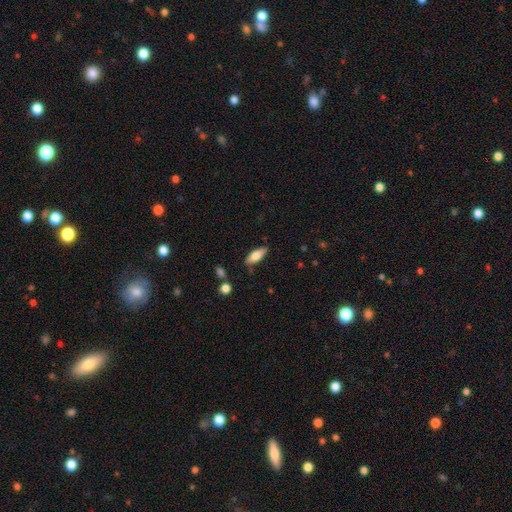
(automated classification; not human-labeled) smooth-or-featured: smooth: 71% | featured or disk: 22% | star or artifact: 7%
  how-rounded: in between: 67% | cigar-shaped: 31% | round: 2%
  merging: none: 80% | minor disturbance: 14% | major disturbance: 3% | merger: 3%